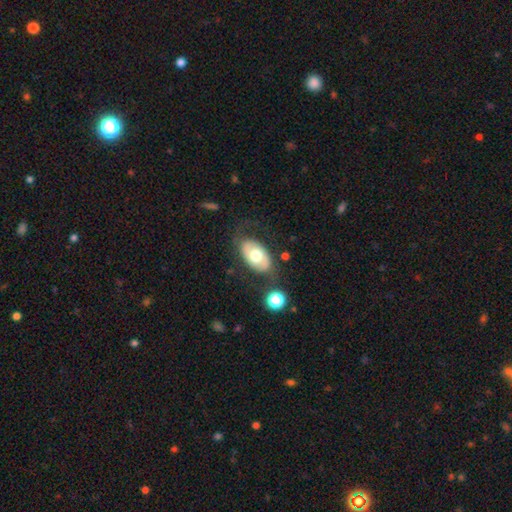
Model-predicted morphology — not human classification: The model was most divided on "smooth or featured": smooth: 56%, featured or disk: 37%, star or artifact: 6%. More confident: how rounded — in between (91%); merging — none (70%).